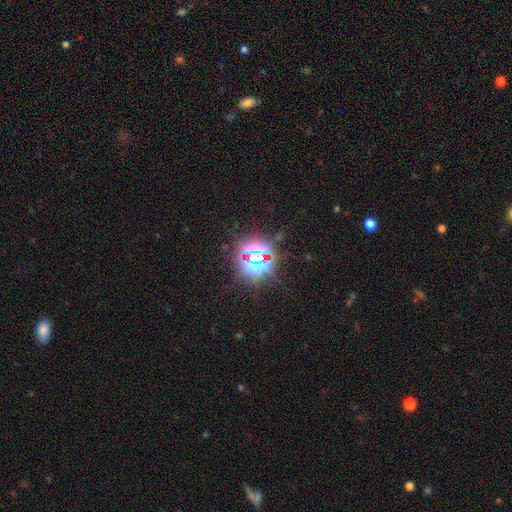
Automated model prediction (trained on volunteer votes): Smooth or featured: star or artifact — 79% (smooth — 13%)